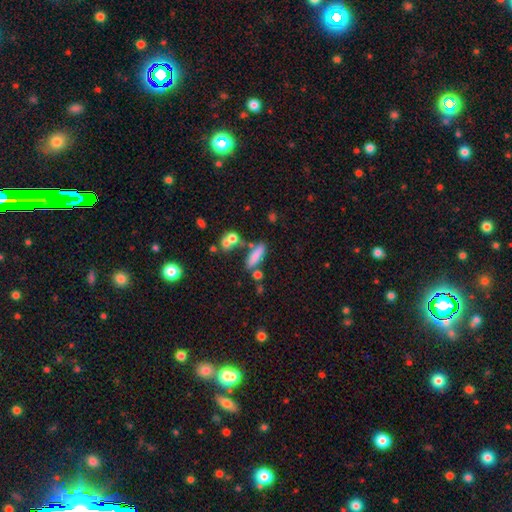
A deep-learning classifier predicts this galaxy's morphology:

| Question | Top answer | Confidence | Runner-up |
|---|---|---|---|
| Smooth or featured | smooth | 78% | featured or disk (13%) |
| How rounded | cigar-shaped | 54% | in between (43%) |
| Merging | none | 61% | merger (18%) |